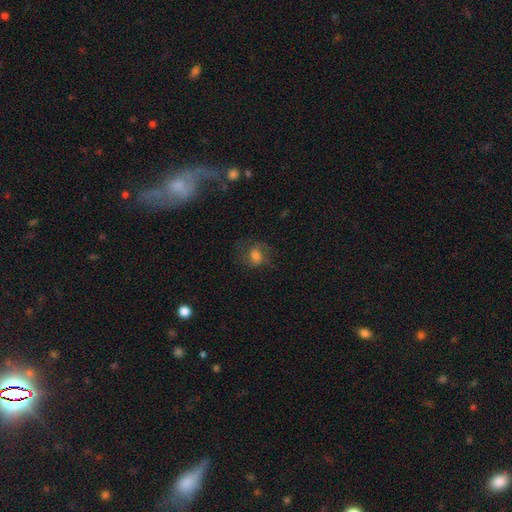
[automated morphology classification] Smooth or featured?
  - smooth: 54% *
  - featured or disk: 33%
  - star or artifact: 14%
How rounded?
  - round: 59% *
  - in between: 40%
  - cigar-shaped: 1%
Merging?
  - none: 56% *
  - major disturbance: 22%
  - minor disturbance: 20%
  - merger: 2%